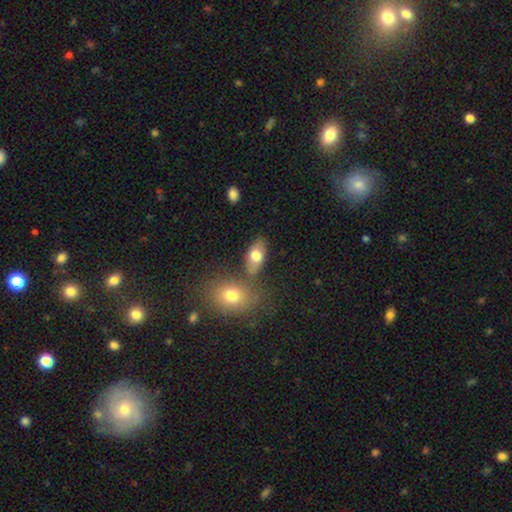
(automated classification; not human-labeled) This appears to be a smooth galaxy with no disk features (74%) that is in between round and cigar-shaped (87%). Merging: none (68%).